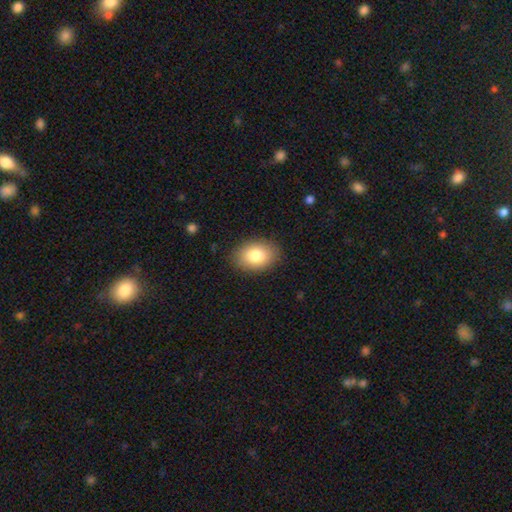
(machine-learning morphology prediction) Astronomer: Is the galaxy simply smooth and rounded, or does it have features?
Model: smooth — 82%.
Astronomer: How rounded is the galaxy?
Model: in between — 79%.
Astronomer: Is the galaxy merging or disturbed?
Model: none — 88%.